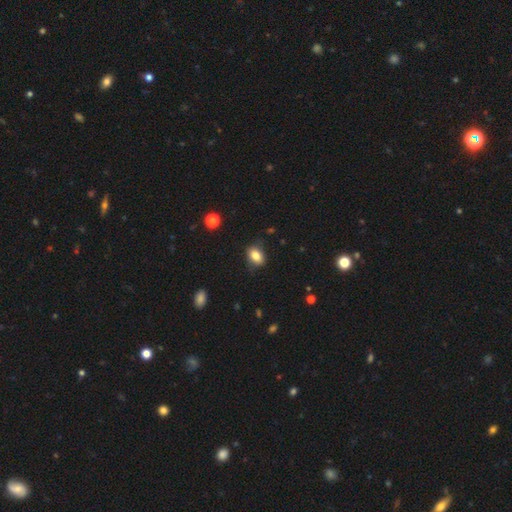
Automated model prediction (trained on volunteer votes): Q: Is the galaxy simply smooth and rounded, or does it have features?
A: smooth — 82%.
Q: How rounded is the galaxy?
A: in between — 77%.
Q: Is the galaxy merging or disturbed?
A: none — 78%.